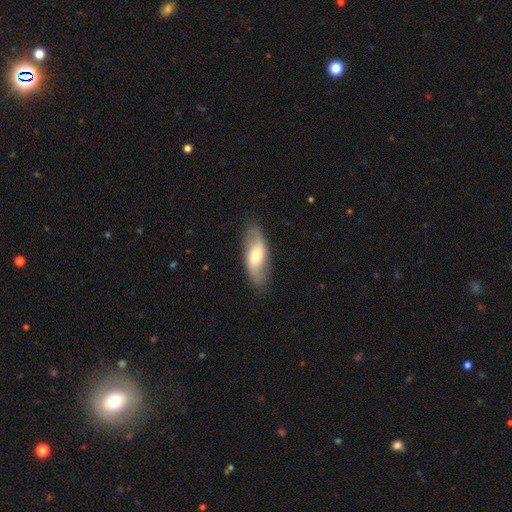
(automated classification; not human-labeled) Overall: smooth (49%; featured or disk 45%). Merging: none (82%).